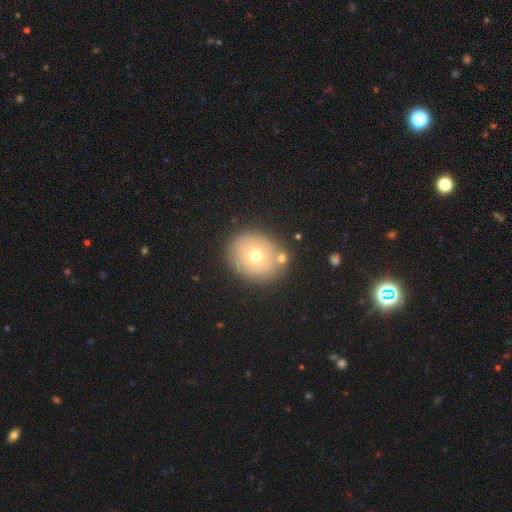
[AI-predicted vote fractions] Smooth or featured? Predicted: smooth (p=0.65). How rounded? Predicted: round (p=0.70). Merging? Predicted: none (p=0.78).